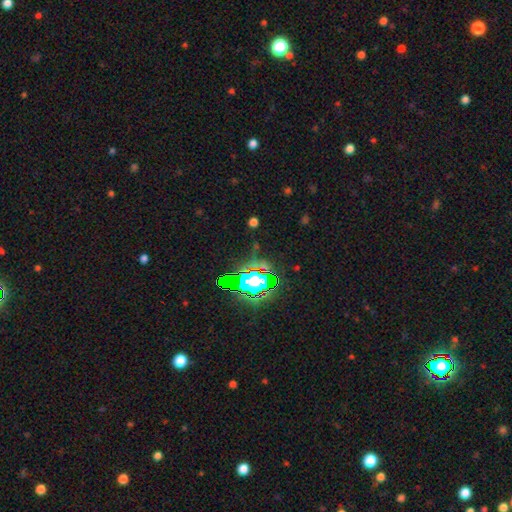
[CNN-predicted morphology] A star or artifact, not a galaxy (76%).